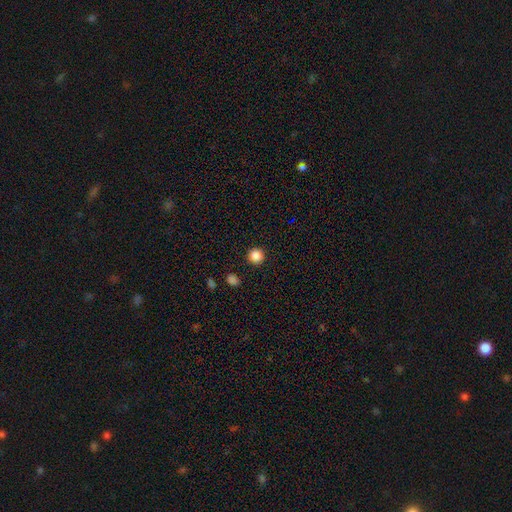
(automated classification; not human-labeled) A smooth galaxy with no disk features (86%) that is round (96%).

Vote fractions:
- Smooth or featured? smooth: 86% / star or artifact: 11% / featured or disk: 3%
- How rounded? round: 96% / in between: 3% / cigar-shaped: 1%
- Merging? none: 93% / minor disturbance: 4% / major disturbance: 2% / merger: 1%